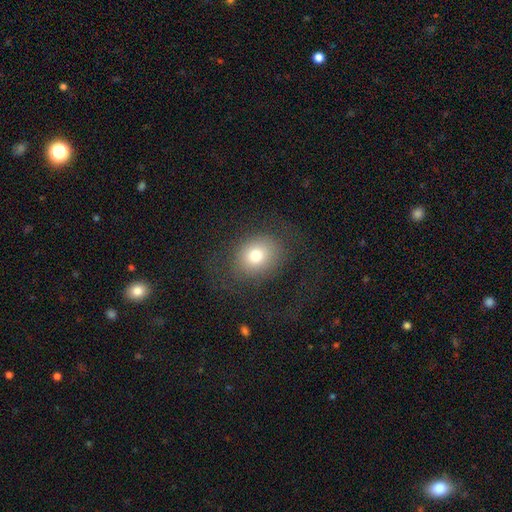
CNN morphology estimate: This is likely a smooth galaxy (74%). How rounded: possibly round (57%). Merging: likely none (70%).